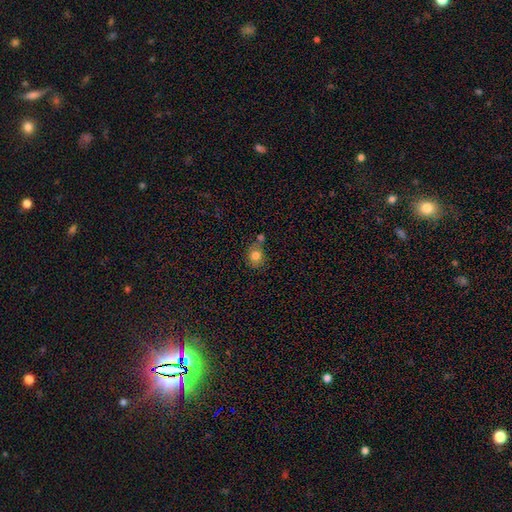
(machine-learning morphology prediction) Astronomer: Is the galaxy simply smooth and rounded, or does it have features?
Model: smooth — 81%.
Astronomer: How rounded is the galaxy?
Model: round — 78%.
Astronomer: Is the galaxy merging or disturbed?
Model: none — 58%.